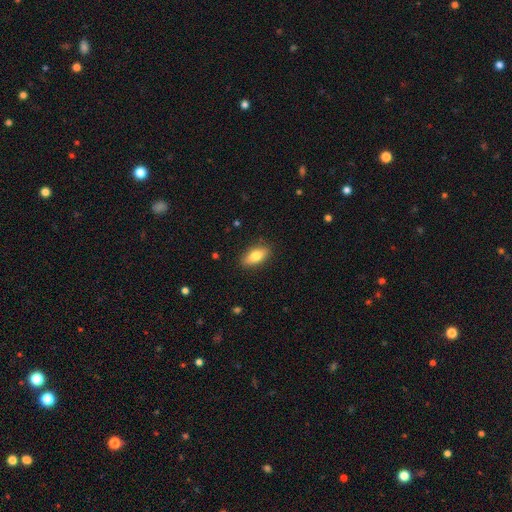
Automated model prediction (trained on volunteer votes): Overall: smooth (76%). How rounded: in between (82%). Merging: none (87%).